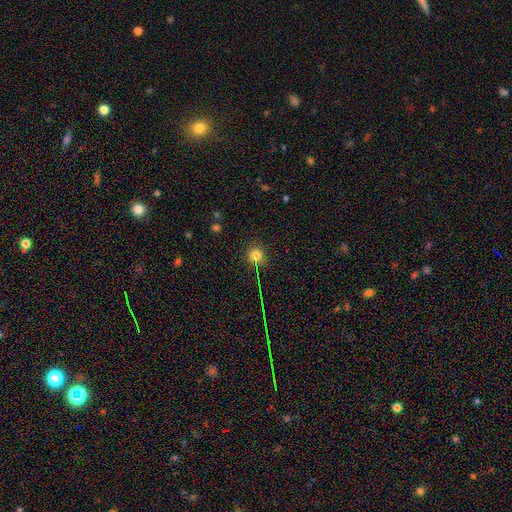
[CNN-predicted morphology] type=smooth (76%); roundness=round (89%); merging=none (86%).